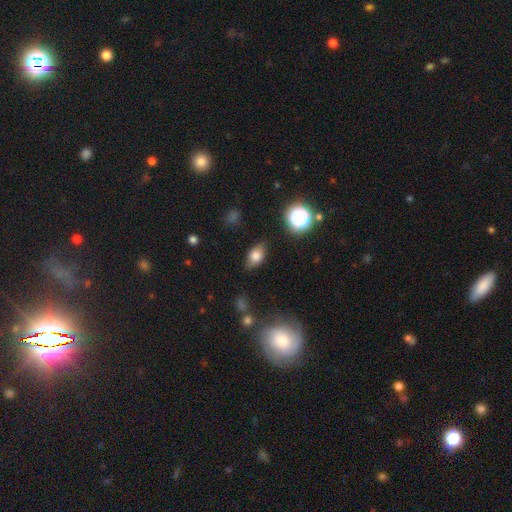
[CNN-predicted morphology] Smooth or featured? smooth (75%)
How rounded? in between (83%)
Merging? none (78%)